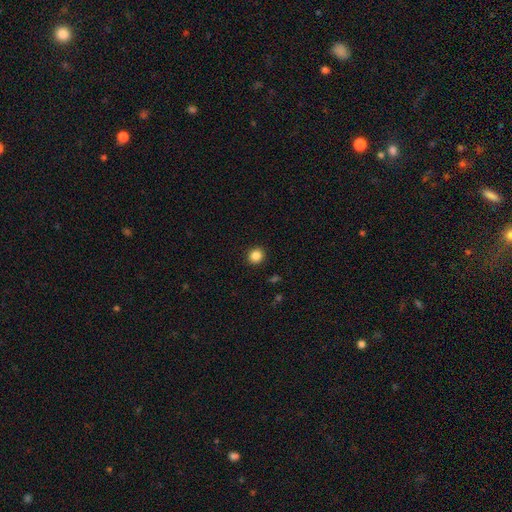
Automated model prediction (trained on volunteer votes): Smooth or featured? Predicted: smooth (p=0.85). How rounded? Predicted: round (p=0.90). Merging? Predicted: none (p=0.92).